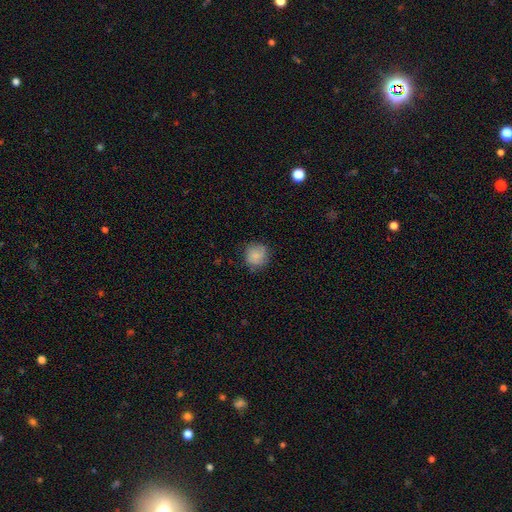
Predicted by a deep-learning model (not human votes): This appears to be a smooth galaxy with no disk features (78%) that is round (86%). Merging: none (76%).